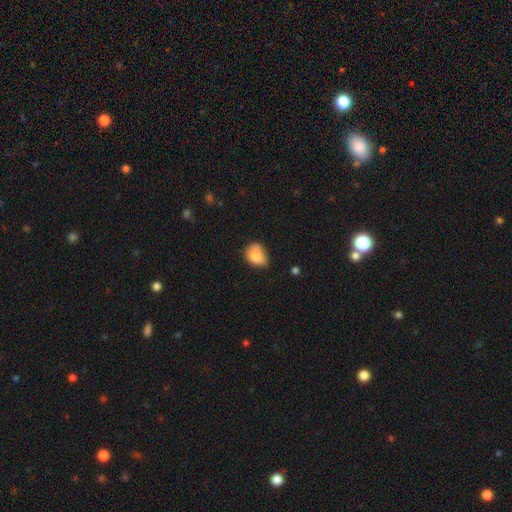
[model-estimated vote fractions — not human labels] Smooth or featured? Predicted: smooth (p=0.83). How rounded? Predicted: in between (p=0.65). Merging? Predicted: none (p=0.46).